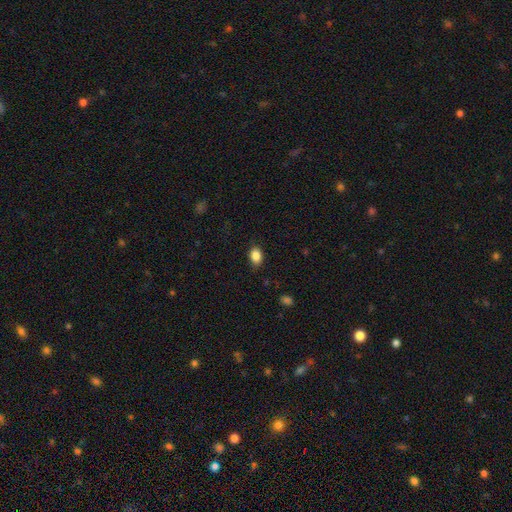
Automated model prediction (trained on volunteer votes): Smooth or featured?
  - smooth: 87% *
  - star or artifact: 9%
  - featured or disk: 4%
How rounded?
  - in between: 70% *
  - round: 29%
  - cigar-shaped: 1%
Merging?
  - none: 82% *
  - minor disturbance: 14%
  - major disturbance: 3%
  - merger: 1%